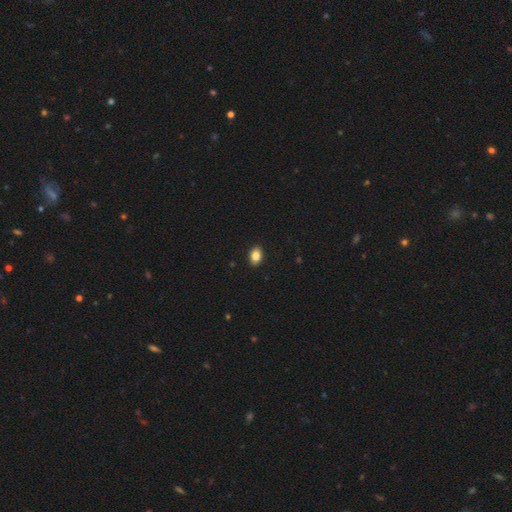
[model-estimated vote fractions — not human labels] Overall: smooth (85%). How rounded: in between (81%). Merging: none (90%).